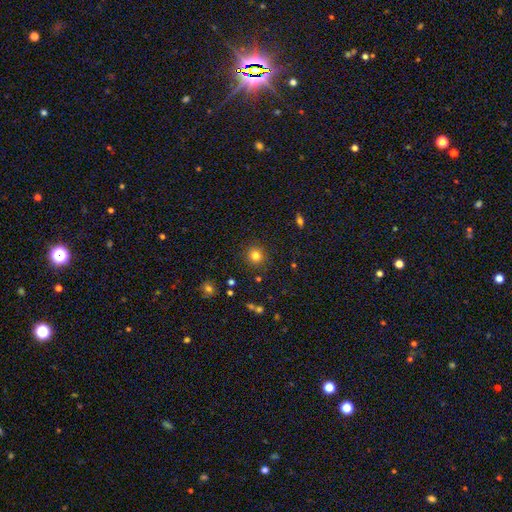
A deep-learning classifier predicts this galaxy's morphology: Smooth or featured? Predicted: smooth (p=0.80). How rounded? Predicted: round (p=0.90). Merging? Predicted: none (p=0.89).